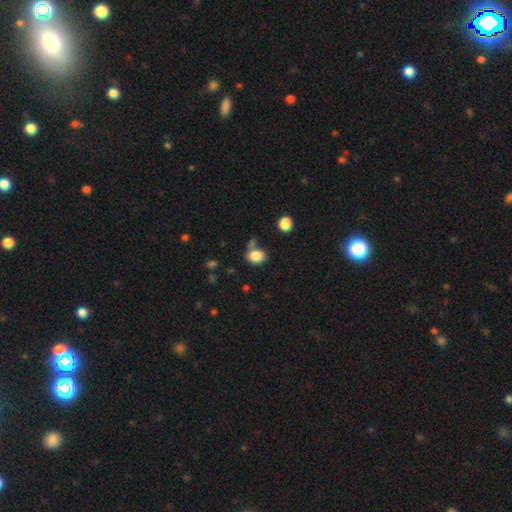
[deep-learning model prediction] This is clearly a smooth galaxy (85%). How rounded: possibly in between (57%). Merging: likely none (61%).